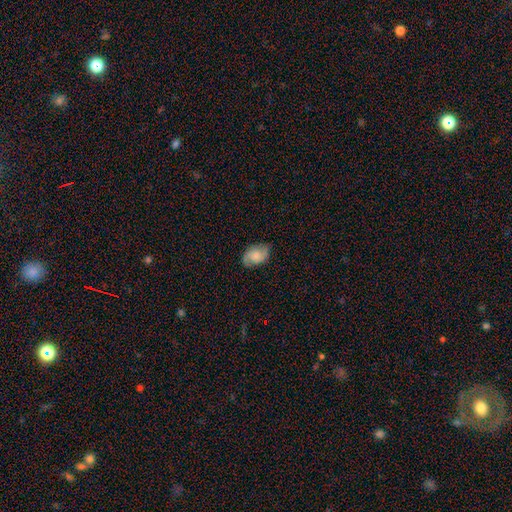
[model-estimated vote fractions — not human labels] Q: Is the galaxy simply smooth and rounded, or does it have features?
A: smooth — 53%.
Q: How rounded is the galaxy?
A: in between — 85%.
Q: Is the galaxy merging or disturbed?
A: none — 74%.